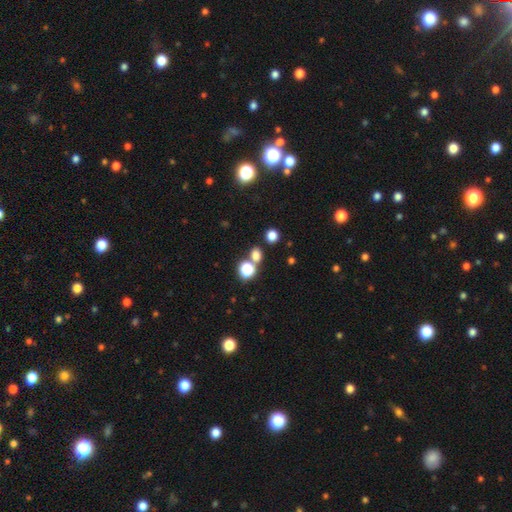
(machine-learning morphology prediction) A smooth galaxy with no disk features (71%) that is round (67%).

Vote fractions:
- Smooth or featured? smooth: 71% / star or artifact: 23% / featured or disk: 6%
- How rounded? round: 67% / in between: 31% / cigar-shaped: 1%
- Merging? none: 66% / merger: 22% / minor disturbance: 8% / major disturbance: 4%